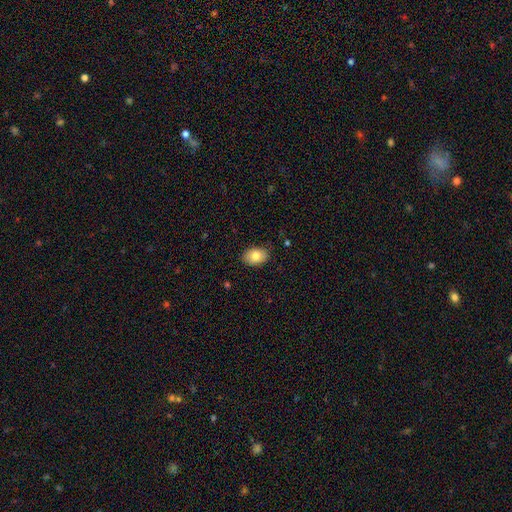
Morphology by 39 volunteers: A smooth galaxy with no disk features (77%) that is in between round and cigar-shaped (87%).

Vote fractions:
- Smooth or featured? smooth: 77% / featured or disk: 18% / star or artifact: 5%
- How rounded? in between: 87% / round: 13% / cigar-shaped: 0%
- Merging? none: 92% / minor disturbance: 8% / major disturbance: 0% / merger: 0%